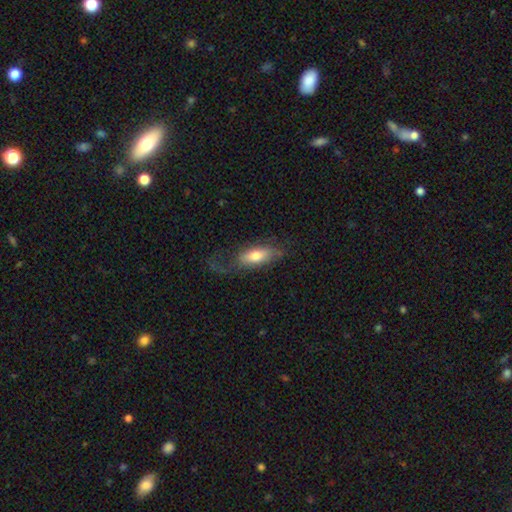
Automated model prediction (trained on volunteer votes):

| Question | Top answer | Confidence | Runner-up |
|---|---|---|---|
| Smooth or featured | smooth | 62% | featured or disk (32%) |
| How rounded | in between | 75% | cigar-shaped (22%) |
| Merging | none | 44% | major disturbance (31%) |